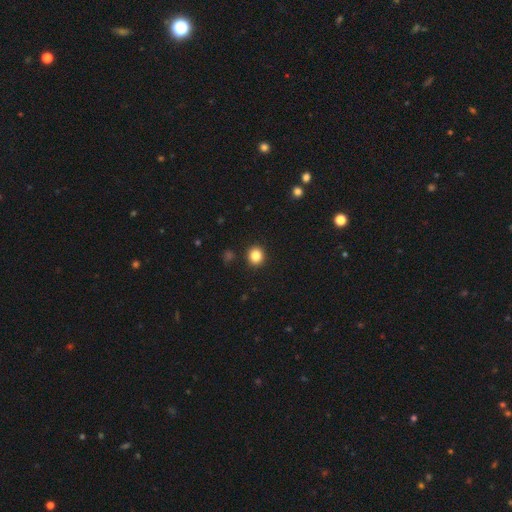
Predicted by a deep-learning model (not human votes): A smooth galaxy with no disk features (84%) that is round (83%).

Vote fractions:
- Smooth or featured? smooth: 84% / star or artifact: 11% / featured or disk: 5%
- How rounded? round: 83% / in between: 16% / cigar-shaped: 1%
- Merging? none: 91% / minor disturbance: 6% / major disturbance: 2% / merger: 1%